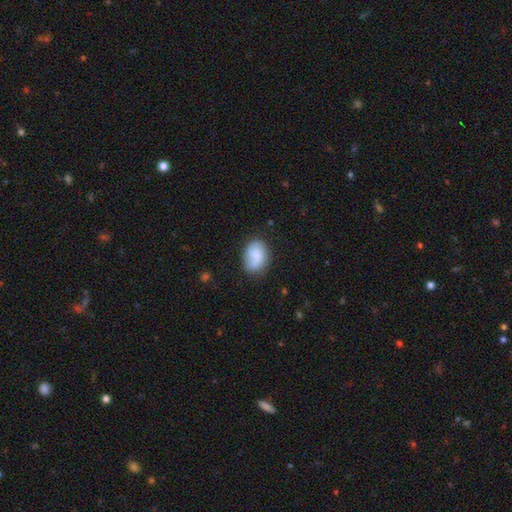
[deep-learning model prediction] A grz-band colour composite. It shows a smooth galaxy with no disk features (75%) that is in between round and cigar-shaped (74%). Merging: none (63%).